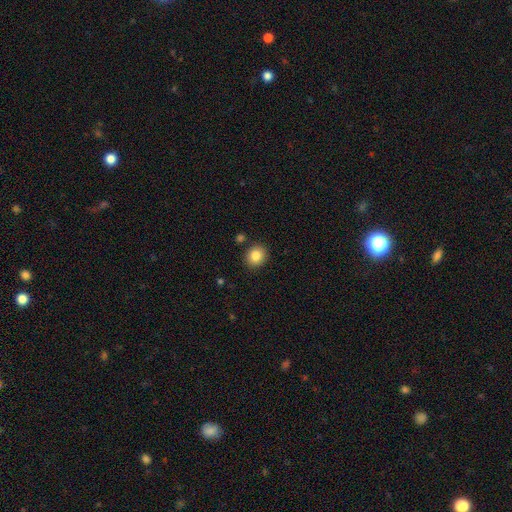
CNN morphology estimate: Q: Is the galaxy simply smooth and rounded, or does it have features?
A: smooth — 85%.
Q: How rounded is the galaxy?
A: round — 78%.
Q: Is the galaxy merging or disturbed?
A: none — 88%.